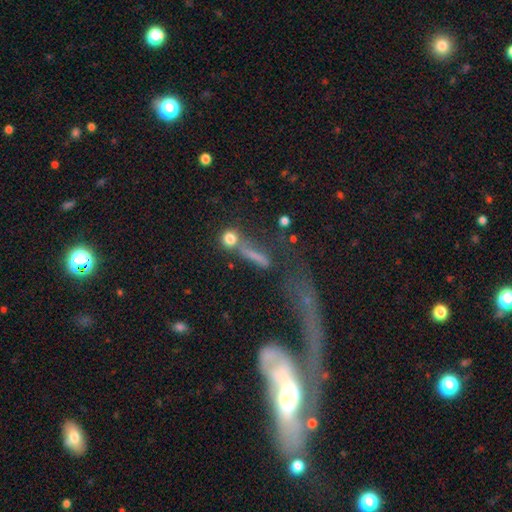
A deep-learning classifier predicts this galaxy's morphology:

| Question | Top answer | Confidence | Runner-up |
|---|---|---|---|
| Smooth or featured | smooth | 62% | featured or disk (21%) |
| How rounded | cigar-shaped | 48% | round (31%) |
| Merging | none | 43% | merger (26%) |